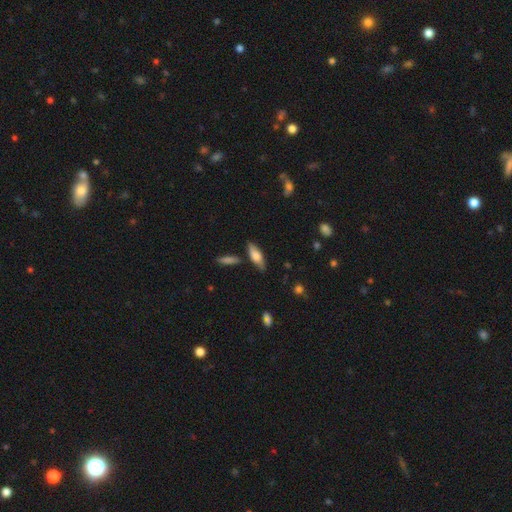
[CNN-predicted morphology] A smooth galaxy with no disk features (66%) that is in between round and cigar-shaped (66%). Merging: none (74%).